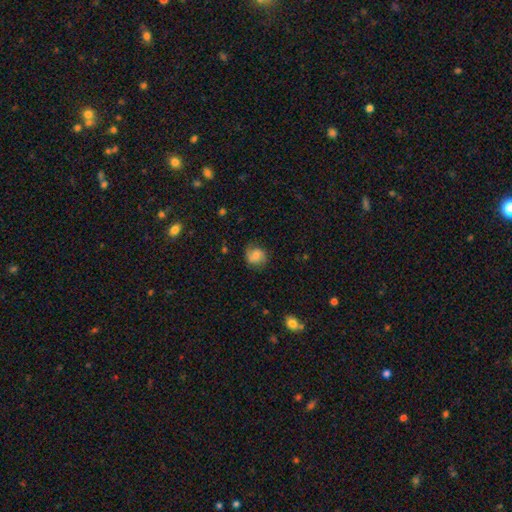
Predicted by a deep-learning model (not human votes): smooth-or-featured: smooth: 53% | featured or disk: 38% | star or artifact: 10%
  how-rounded: round: 75% | in between: 24% | cigar-shaped: 1%
  merging: none: 75% | minor disturbance: 18% | major disturbance: 6% | merger: 1%